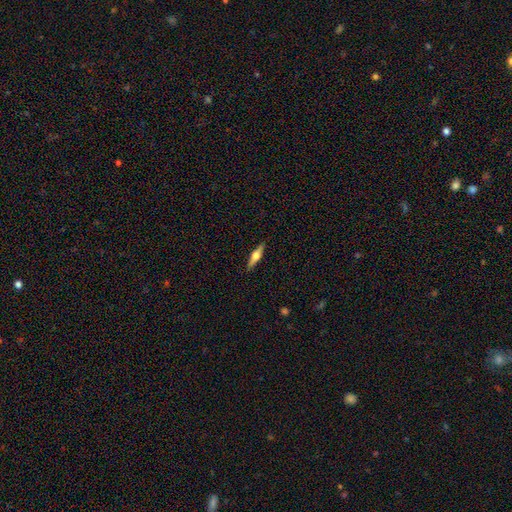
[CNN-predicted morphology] This appears to be a featured or disk galaxy (57%) viewed edge-on (96%) with a rounded central bulge (93%). Merging: none (90%).